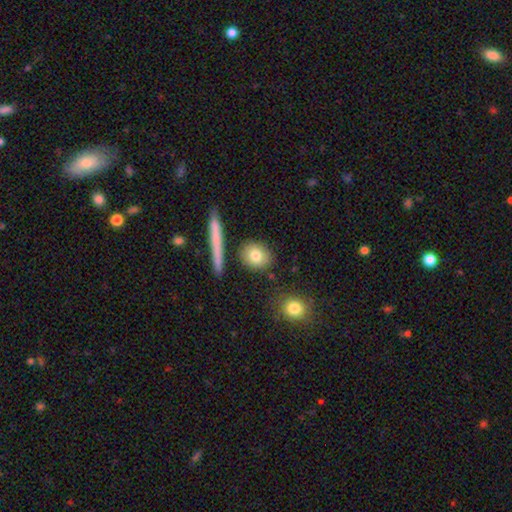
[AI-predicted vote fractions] Smooth or featured?
  - smooth: 80% *
  - featured or disk: 12%
  - star or artifact: 8%
How rounded?
  - round: 70% *
  - in between: 25%
  - cigar-shaped: 5%
Merging?
  - none: 84% *
  - minor disturbance: 8%
  - merger: 5%
  - major disturbance: 3%